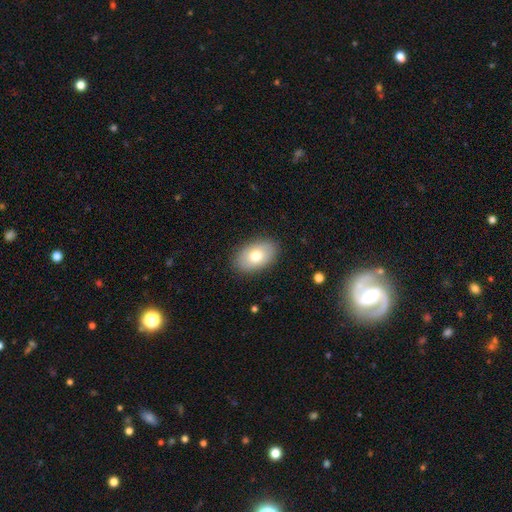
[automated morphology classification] smooth 76%, featured or disk 17%, star or artifact 7%. Down the decision tree: how rounded — in between (91%); merging — none (87%).